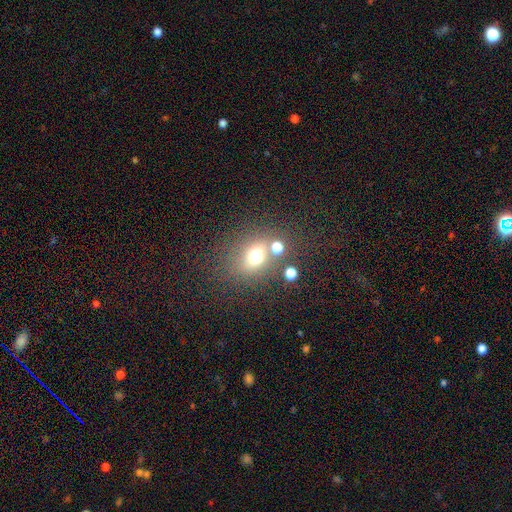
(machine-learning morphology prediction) The model was most divided on "how rounded": round: 61%, in between: 37%, cigar-shaped: 2%. More confident: smooth or featured — smooth (64%); merging — none (62%).